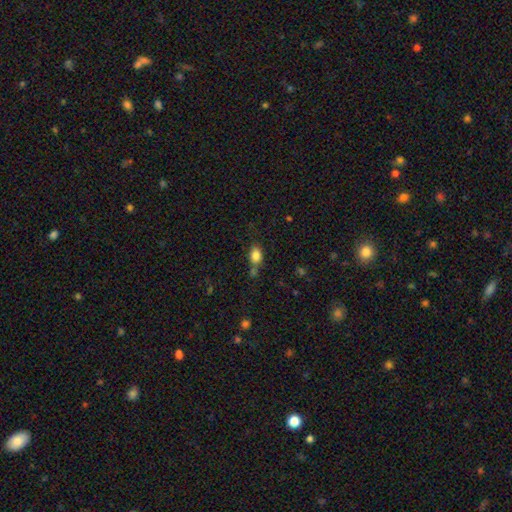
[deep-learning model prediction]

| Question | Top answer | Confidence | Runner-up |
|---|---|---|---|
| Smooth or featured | smooth | 83% | star or artifact (10%) |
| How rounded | in between | 73% | round (25%) |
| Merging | none | 57% | minor disturbance (19%) |